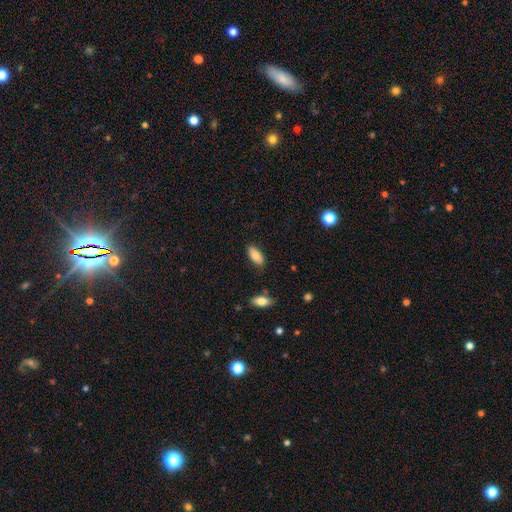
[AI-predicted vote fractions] smooth 80%, featured or disk 13%, star or artifact 7%. Down the decision tree: how rounded — in between (88%); merging — none (82%).